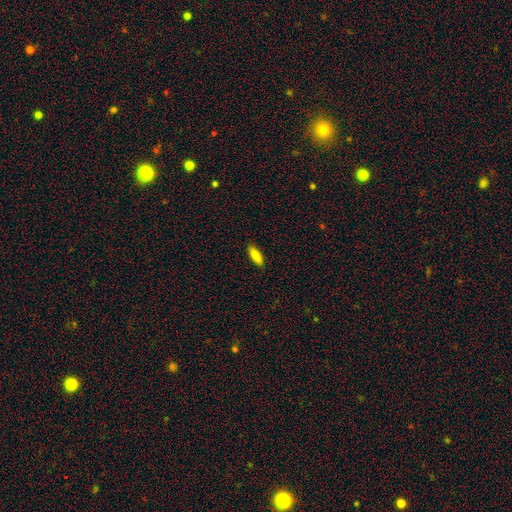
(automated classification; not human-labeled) Smooth or featured? Predicted: smooth (p=0.87). How rounded? Predicted: in between (p=0.56). Merging? Predicted: none (p=0.89).